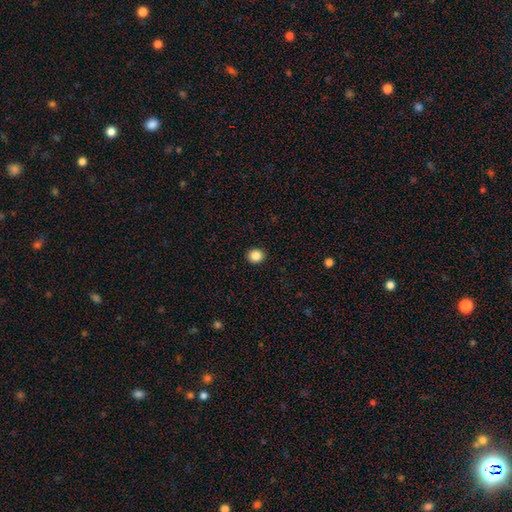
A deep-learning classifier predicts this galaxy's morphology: Smooth or featured?
  - smooth: 86% *
  - star or artifact: 10%
  - featured or disk: 4%
How rounded?
  - round: 81% *
  - in between: 18%
  - cigar-shaped: 1%
Merging?
  - none: 93% *
  - minor disturbance: 5%
  - major disturbance: 2%
  - merger: 1%